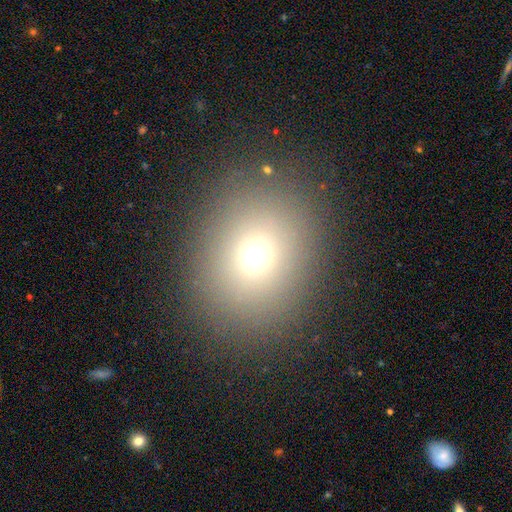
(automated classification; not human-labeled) Smooth or featured? smooth (70%)
How rounded? round (57%)
Merging? none (87%)